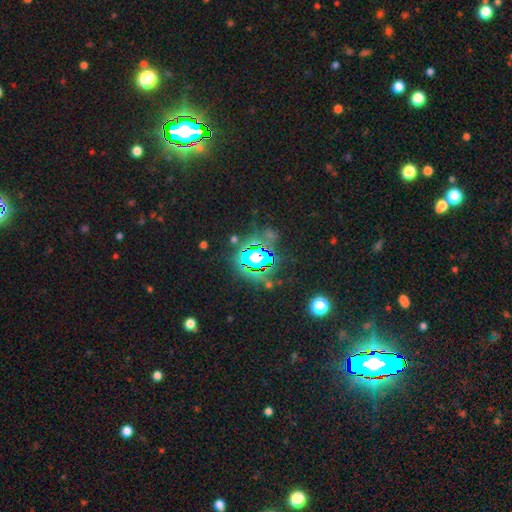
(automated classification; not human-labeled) Smooth or featured?
  - star or artifact: 85% *
  - smooth: 8%
  - featured or disk: 7%